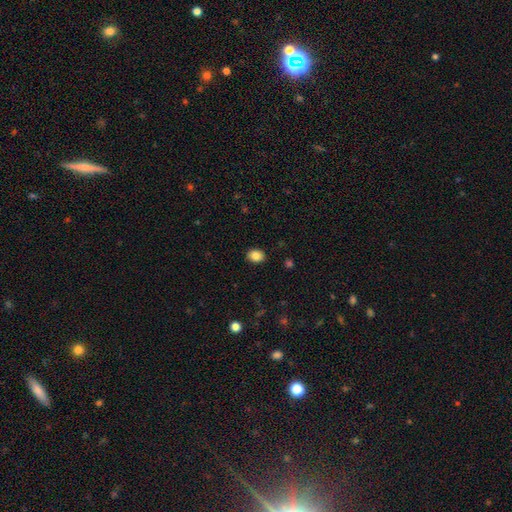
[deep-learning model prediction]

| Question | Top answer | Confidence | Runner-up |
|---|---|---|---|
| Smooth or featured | smooth | 87% | star or artifact (9%) |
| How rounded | in between | 57% | round (42%) |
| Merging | none | 89% | minor disturbance (8%) |